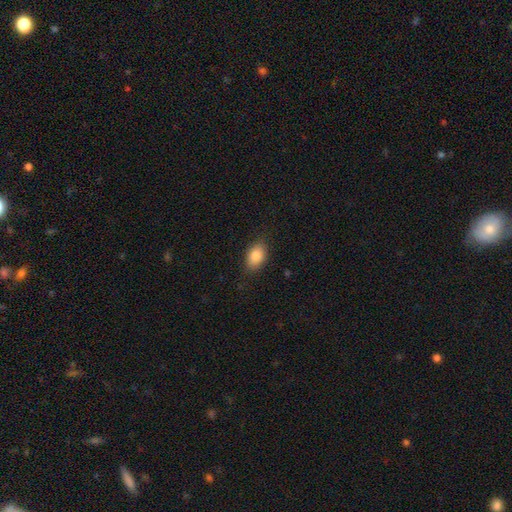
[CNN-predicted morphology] Smooth or featured?
  - smooth: 86% *
  - star or artifact: 7%
  - featured or disk: 6%
How rounded?
  - in between: 88% *
  - round: 10%
  - cigar-shaped: 2%
Merging?
  - none: 83% *
  - minor disturbance: 13%
  - major disturbance: 3%
  - merger: 1%